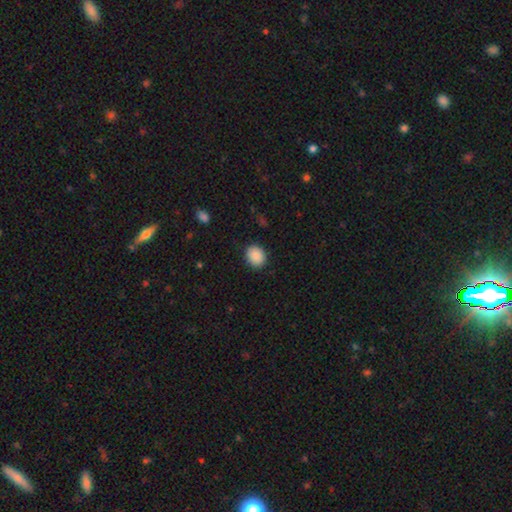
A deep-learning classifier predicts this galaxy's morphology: A smooth galaxy with no disk features (89%) that is round (60%).

Vote fractions:
- Smooth or featured? smooth: 89% / star or artifact: 8% / featured or disk: 3%
- How rounded? round: 60% / in between: 39% / cigar-shaped: 1%
- Merging? none: 88% / minor disturbance: 9% / major disturbance: 2% / merger: 1%